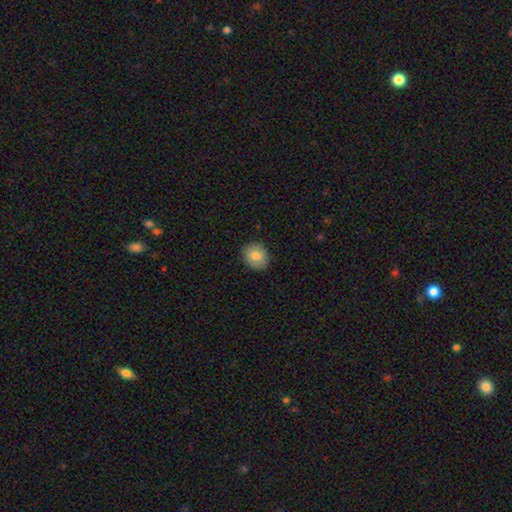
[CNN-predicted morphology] smooth-or-featured: smooth: 78% | featured or disk: 15% | star or artifact: 8%
  how-rounded: round: 58% | in between: 41% | cigar-shaped: 1%
  merging: none: 85% | minor disturbance: 11% | major disturbance: 2% | merger: 1%